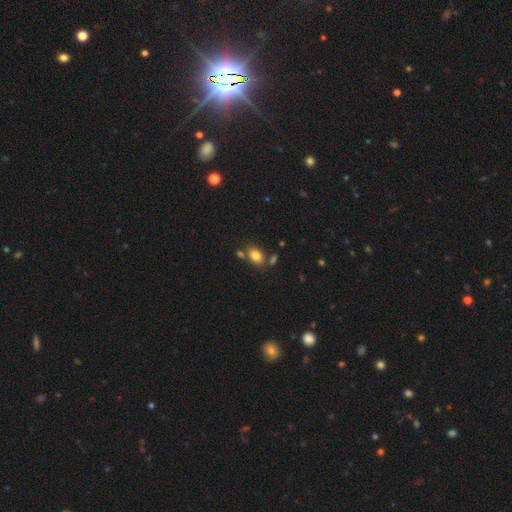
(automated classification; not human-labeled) This appears to be a smooth galaxy with no disk features (80%) that is in between round and cigar-shaped (81%). Merging: none (67%).